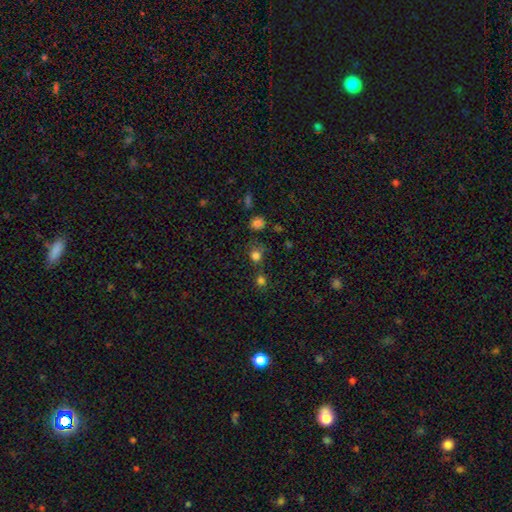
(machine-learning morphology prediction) smooth_or_featured: smooth (p=0.76) [alt: star or artifact p=0.18]
how_rounded: round (p=0.81) [alt: in between p=0.18]
merging: none (p=0.66) [alt: merger p=0.15]